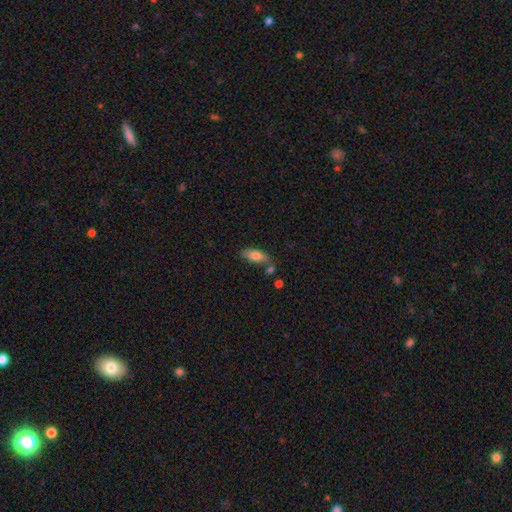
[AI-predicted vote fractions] Q: Smooth or featured?
A: smooth (78%); runner-up: featured or disk (15%)
Q: How rounded?
A: in between (77%); runner-up: cigar-shaped (20%)
Q: Merging?
A: none (61%); runner-up: minor disturbance (20%)